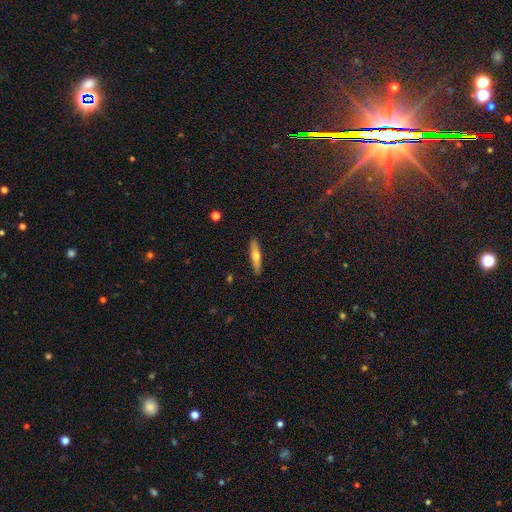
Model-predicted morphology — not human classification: Q: Smooth or featured?
A: smooth (55%); runner-up: featured or disk (39%)
Q: How rounded?
A: cigar-shaped (84%); runner-up: in between (15%)
Q: Merging?
A: none (91%); runner-up: minor disturbance (7%)